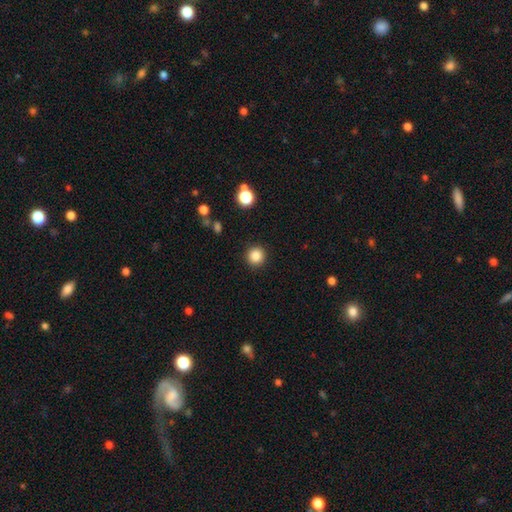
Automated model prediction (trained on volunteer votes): smooth-or-featured: smooth: 86% | star or artifact: 11% | featured or disk: 3%
  how-rounded: round: 95% | in between: 4% | cigar-shaped: 1%
  merging: none: 92% | minor disturbance: 5% | major disturbance: 2% | merger: 1%